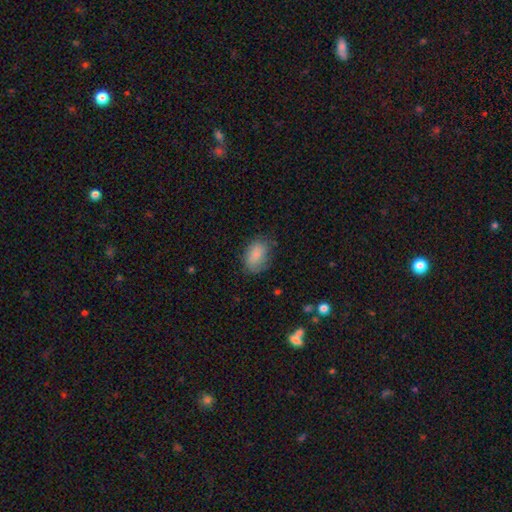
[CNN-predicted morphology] Q: Smooth or featured?
A: smooth (83%); runner-up: featured or disk (9%)
Q: How rounded?
A: in between (84%); runner-up: round (14%)
Q: Merging?
A: none (68%); runner-up: minor disturbance (23%)